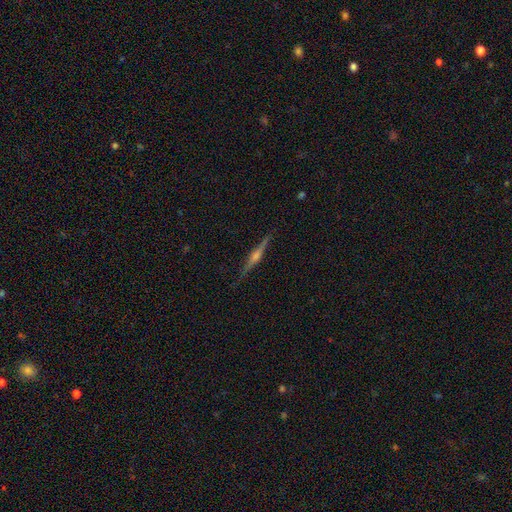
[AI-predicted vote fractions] A featured or disk galaxy (82%) viewed edge-on (98%) with a rounded central bulge (83%).

Vote fractions:
- Smooth or featured? featured or disk: 82% / smooth: 12% / star or artifact: 6%
- Edge-on disk? yes: 98% / no: 2%
- Edge-on bulge? rounded: 83% / boxy: 11% / none: 6%
- Merging? none: 90% / minor disturbance: 8% / major disturbance: 2% / merger: 1%